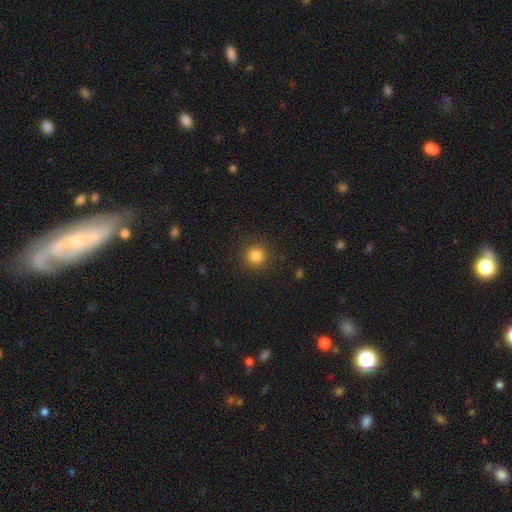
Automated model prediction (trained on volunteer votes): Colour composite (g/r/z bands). It shows a smooth galaxy with no disk features (83%) that is round (94%). Merging: none (91%).